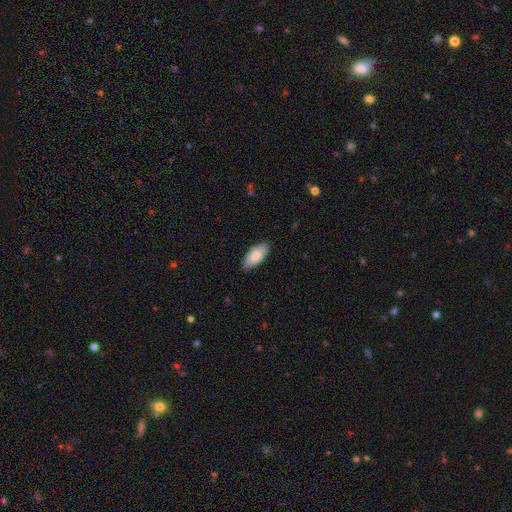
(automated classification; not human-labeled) A smooth galaxy with no disk features (85%) that is in between round and cigar-shaped (88%).

Vote fractions:
- Smooth or featured? smooth: 85% / featured or disk: 10% / star or artifact: 6%
- How rounded? in between: 88% / cigar-shaped: 10% / round: 2%
- Merging? none: 86% / minor disturbance: 11% / major disturbance: 2% / merger: 1%